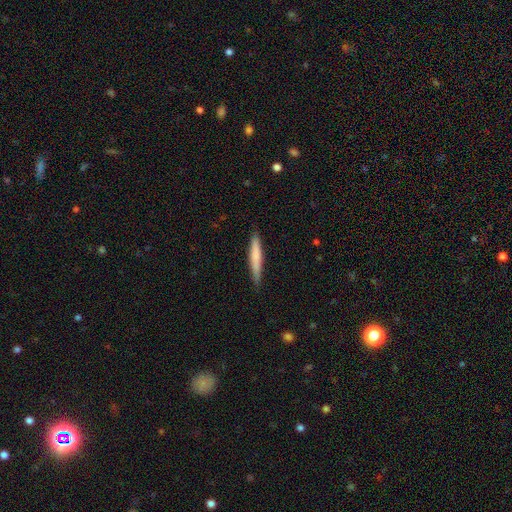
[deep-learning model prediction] Smooth or featured: smooth — 68% (featured or disk — 27%)
How rounded: cigar-shaped — 94% (in between — 5%)
Merging: none — 87% (minor disturbance — 10%)